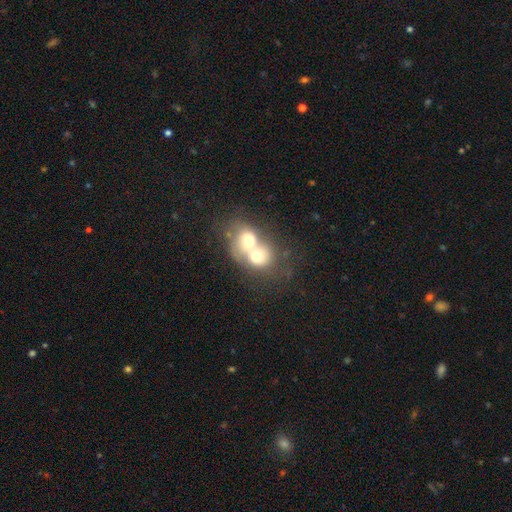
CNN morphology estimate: smooth-or-featured: smooth: 57% | featured or disk: 34% | star or artifact: 9%
  how-rounded: round: 55% | in between: 44% | cigar-shaped: 1%
  merging: merger: 80% | none: 11% | minor disturbance: 4% | major disturbance: 4%